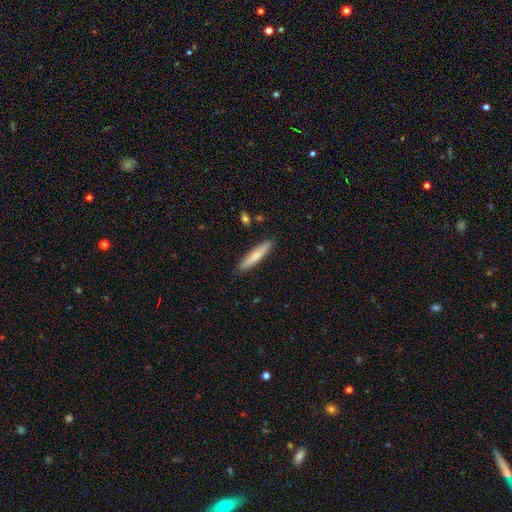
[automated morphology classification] Q: Smooth or featured?
A: smooth (77%); runner-up: featured or disk (18%)
Q: How rounded?
A: cigar-shaped (90%); runner-up: in between (9%)
Q: Merging?
A: none (90%); runner-up: minor disturbance (7%)